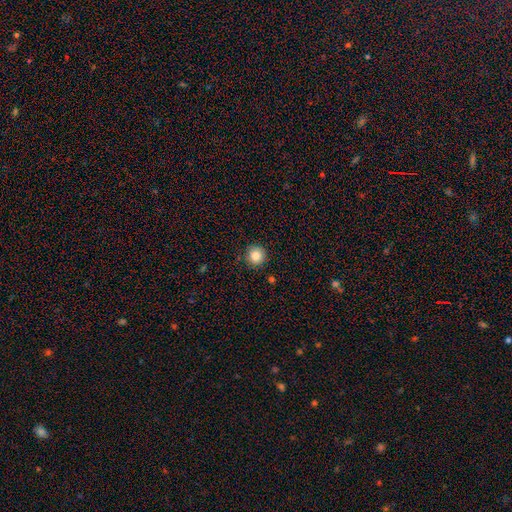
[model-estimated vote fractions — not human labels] Q: Smooth or featured?
A: smooth (85%); runner-up: star or artifact (10%)
Q: How rounded?
A: round (95%); runner-up: in between (4%)
Q: Merging?
A: none (90%); runner-up: minor disturbance (7%)